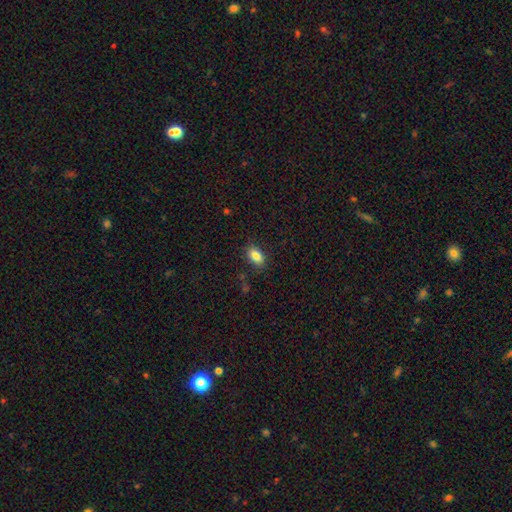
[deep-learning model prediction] Smooth or featured: smooth — 83% (star or artifact — 9%)
How rounded: in between — 89% (round — 9%)
Merging: none — 84% (minor disturbance — 11%)